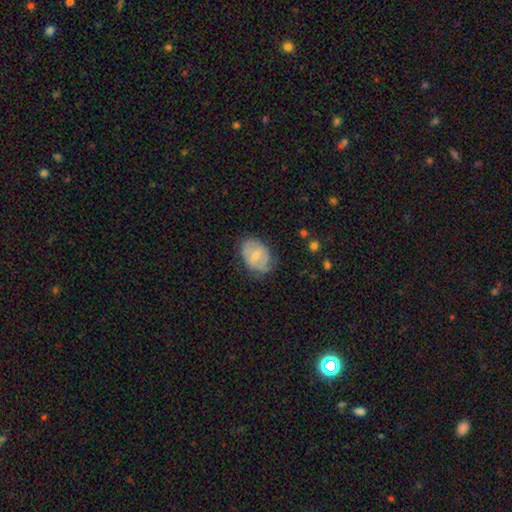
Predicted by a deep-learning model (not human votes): Smooth or featured? smooth (53%)
How rounded? in between (75%)
Merging? none (68%)